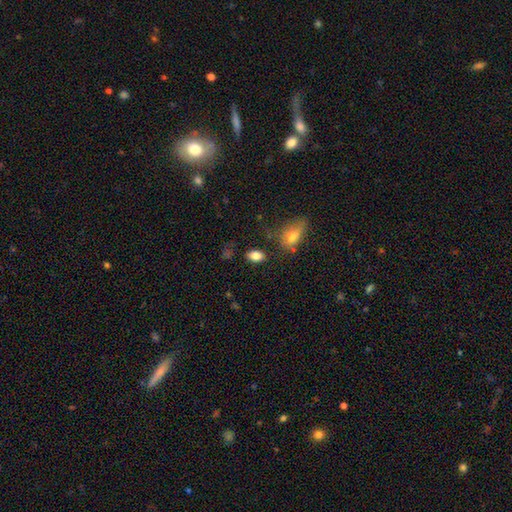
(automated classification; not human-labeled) The model was most divided on "merging": none: 80%, minor disturbance: 12%, merger: 4%, major disturbance: 4%. More confident: how rounded — in between (88%); smooth or featured — smooth (83%).